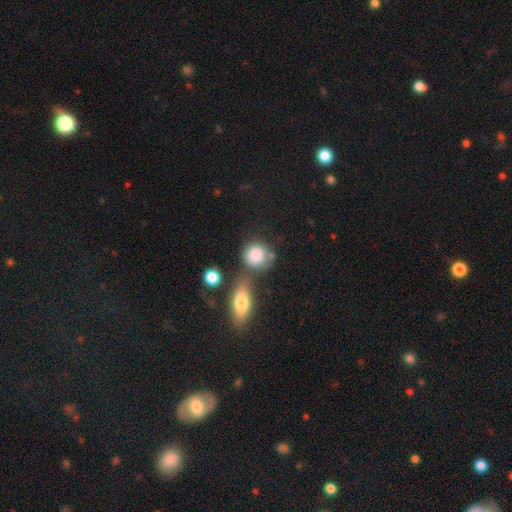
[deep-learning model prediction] Smooth or featured? Predicted: smooth (p=0.84). How rounded? Predicted: round (p=0.80). Merging? Predicted: none (p=0.51).